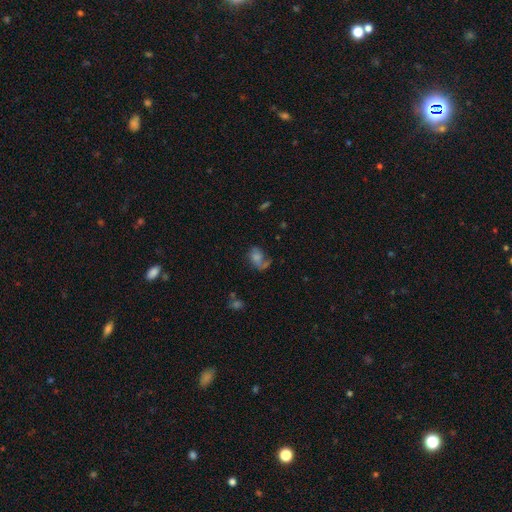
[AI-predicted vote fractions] Morphology: type=featured or disk (50%); merging=none (42%).